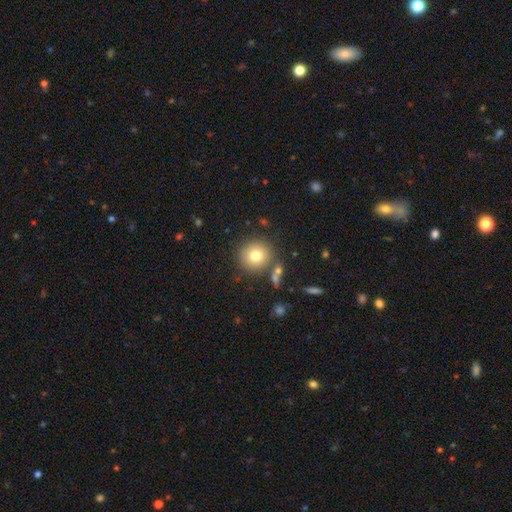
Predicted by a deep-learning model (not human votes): smooth 77%, featured or disk 12%, star or artifact 11%. Down the decision tree: how rounded — round (92%); merging — none (80%).